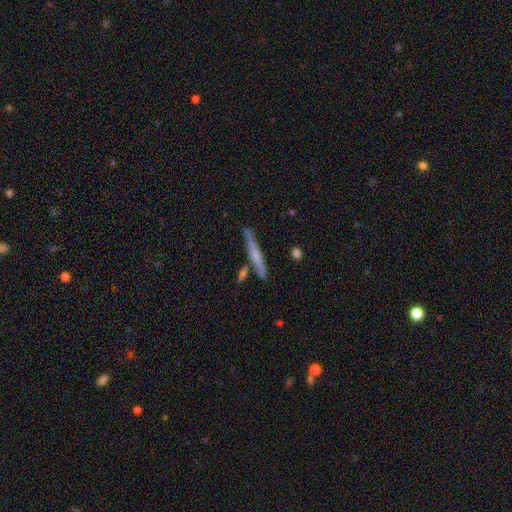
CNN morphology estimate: Smooth or featured?
  - featured or disk: 48% *
  - smooth: 46%
  - star or artifact: 6%
Merging?
  - none: 80% *
  - minor disturbance: 11%
  - merger: 7%
  - major disturbance: 3%